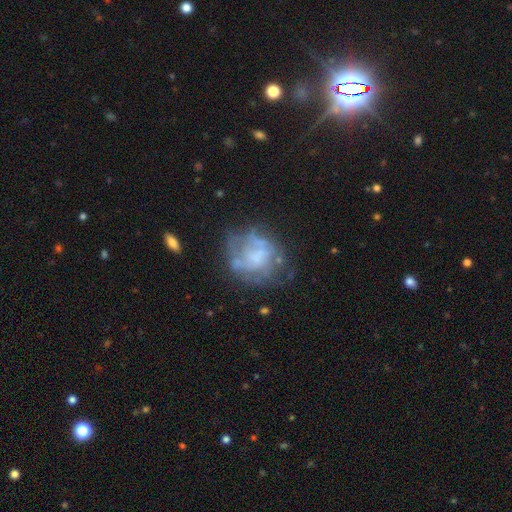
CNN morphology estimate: smooth_or_featured: featured or disk (p=0.63) [alt: smooth p=0.27]
disk_edge_on: no (p=0.98) [alt: yes p=0.02]
bar: no (p=0.79) [alt: weak p=0.17]
has_spiral_arms: no (p=0.59) [alt: yes p=0.41]
bulge_size: none (p=0.50) [alt: moderate p=0.22]
merging: none (p=0.50) [alt: major disturbance p=0.22]